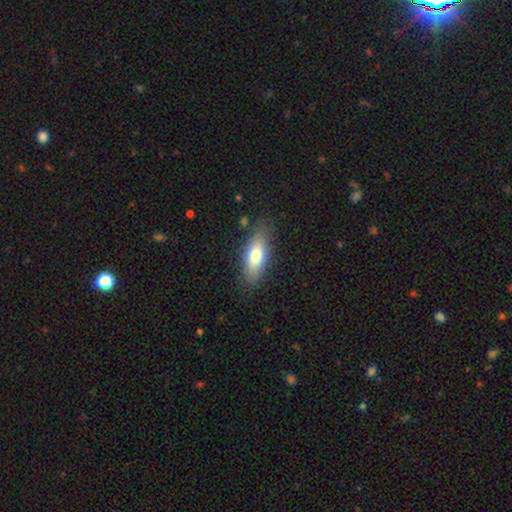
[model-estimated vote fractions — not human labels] Smooth or featured? Predicted: smooth (p=0.74). How rounded? Predicted: in between (p=0.76). Merging? Predicted: none (p=0.81).